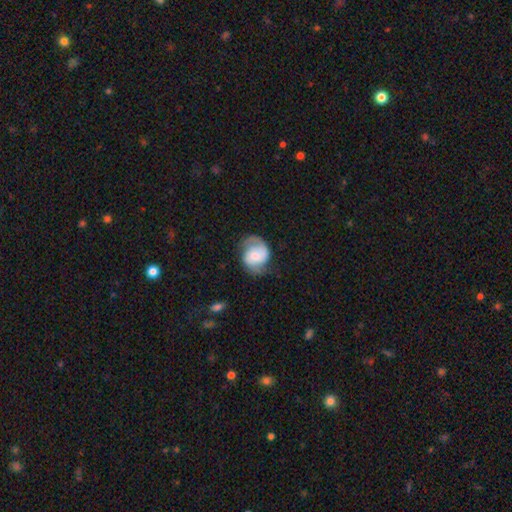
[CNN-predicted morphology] smooth-or-featured: featured or disk: 60% | smooth: 34% | star or artifact: 6%
  disk-edge-on: no: 97% | yes: 3%
    bar: no: 57% | weak: 34% | strong: 10%
    has-spiral-arms: yes: 86% | no: 14%
      spiral-winding: medium: 43% | tight: 32% | loose: 25%
      spiral-arm-count: 2: 78% | can't tell: 9% | 1: 9% | 3: 1% | 4: 1% | more than 4: 1%
    bulge-size: moderate: 45% | small: 41% | large: 8% | none: 4% | dominant: 2%
  merging: none: 60% | minor disturbance: 25% | major disturbance: 14% | merger: 1%